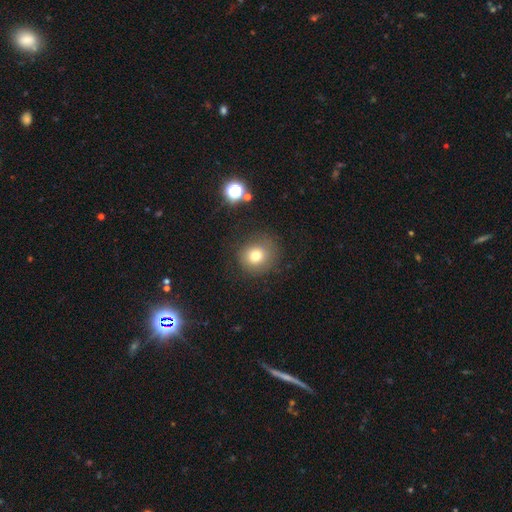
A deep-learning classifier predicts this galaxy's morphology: Smooth or featured? Predicted: smooth (p=0.74). How rounded? Predicted: round (p=0.85). Merging? Predicted: none (p=0.78).